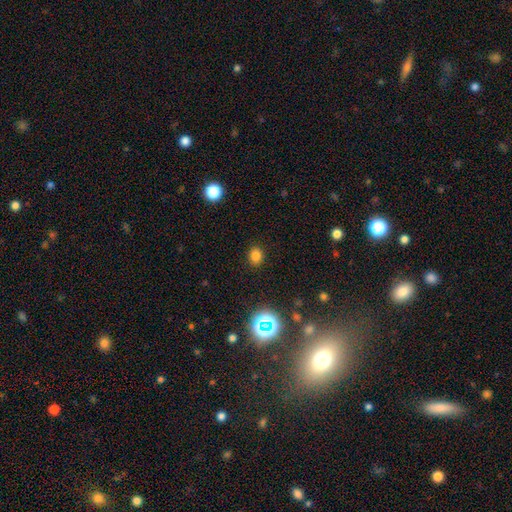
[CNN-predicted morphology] Overall: smooth (78%). How rounded: round (51%; in between 48%). Merging: none (89%).